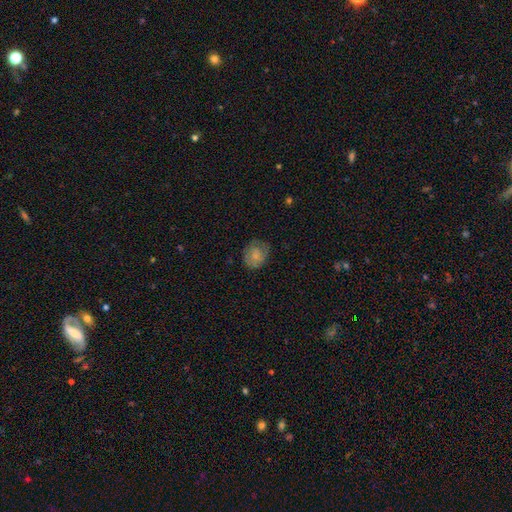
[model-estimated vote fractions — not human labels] Morphology: type=smooth (63%); roundness=round (60%); merging=none (66%).